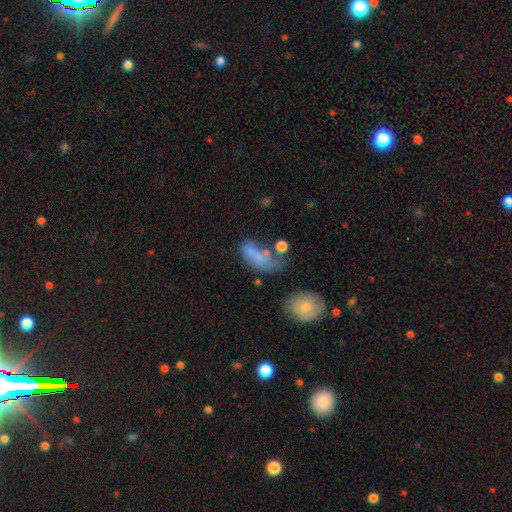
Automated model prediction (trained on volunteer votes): Overall: smooth (62%; featured or disk 25%). How rounded: in between (79%). Merging: major disturbance (30%; none 28%).